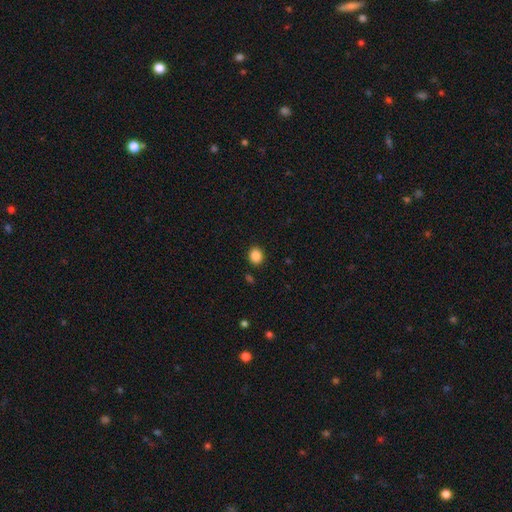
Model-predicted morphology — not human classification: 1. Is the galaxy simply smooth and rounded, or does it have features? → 87% smooth, 10% star or artifact, 3% featured or disk.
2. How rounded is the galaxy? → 69% round, 30% in between, 1% cigar-shaped.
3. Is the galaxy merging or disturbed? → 90% none, 7% minor disturbance, 2% major disturbance, 2% merger.